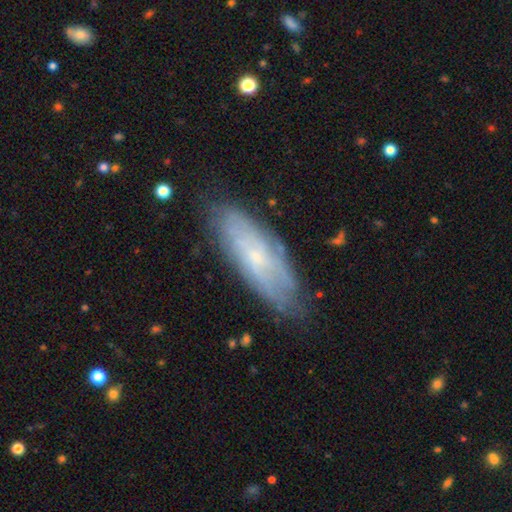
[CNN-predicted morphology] A featured or disk galaxy (55%). Merging: none (75%).